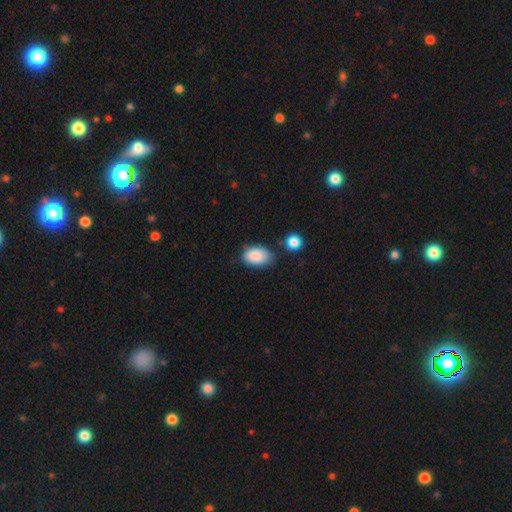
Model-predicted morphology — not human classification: A smooth galaxy with no disk features (88%) that is in between round and cigar-shaped (89%). Merging: none (69%).